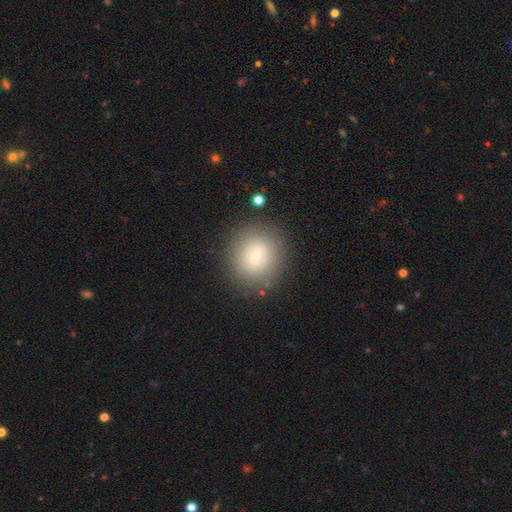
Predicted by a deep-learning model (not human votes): A smooth galaxy with no disk features (64%) that is round (86%).

Vote fractions:
- Smooth or featured? smooth: 64% / featured or disk: 25% / star or artifact: 11%
- How rounded? round: 86% / in between: 12% / cigar-shaped: 1%
- Merging? none: 85% / minor disturbance: 9% / major disturbance: 4% / merger: 2%